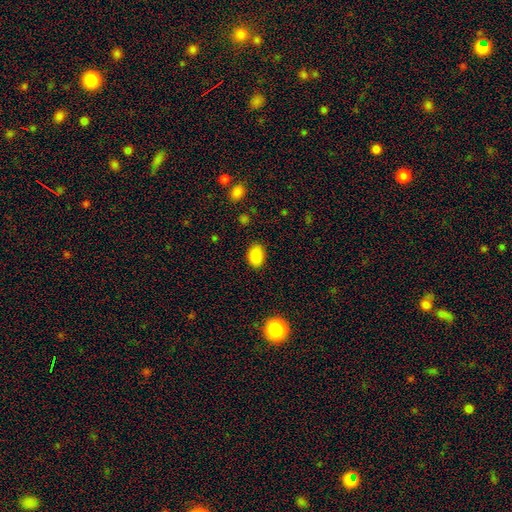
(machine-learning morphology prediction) Q: Smooth or featured?
A: smooth (87%); runner-up: star or artifact (9%)
Q: How rounded?
A: in between (76%); runner-up: round (23%)
Q: Merging?
A: none (86%); runner-up: minor disturbance (10%)